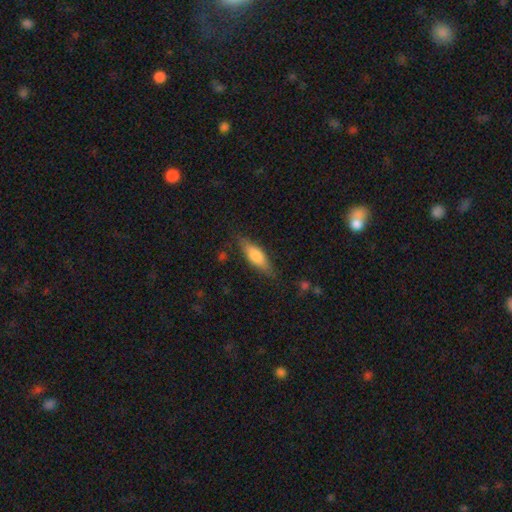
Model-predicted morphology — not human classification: Smooth or featured? smooth (67%)
How rounded? in between (50%)
Merging? none (78%)